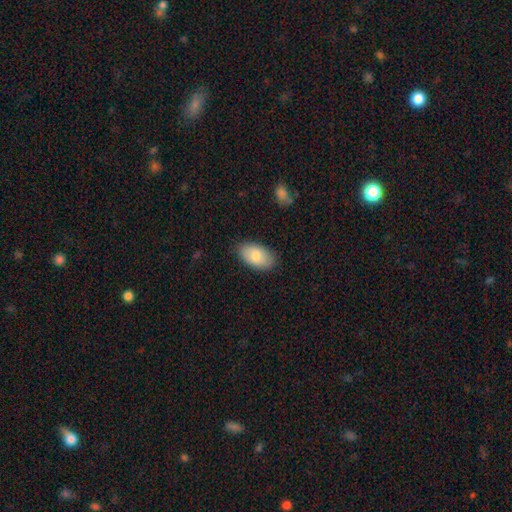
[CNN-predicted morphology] Smooth or featured: smooth — 80% (featured or disk — 14%)
How rounded: in between — 95% (round — 4%)
Merging: none — 86% (minor disturbance — 11%)